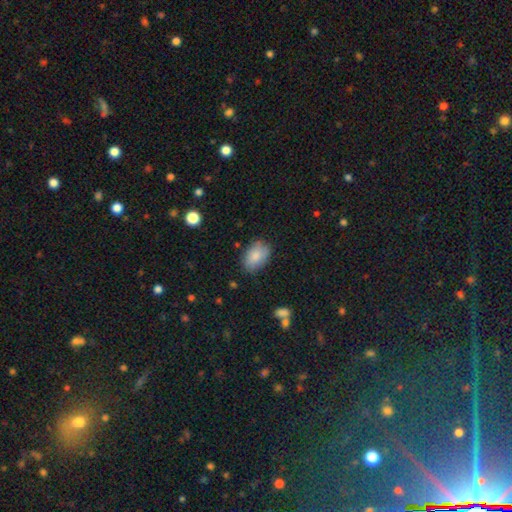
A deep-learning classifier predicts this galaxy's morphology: This appears to be a smooth galaxy with no disk features (84%) that is in between round and cigar-shaped (88%). Merging: none (78%).